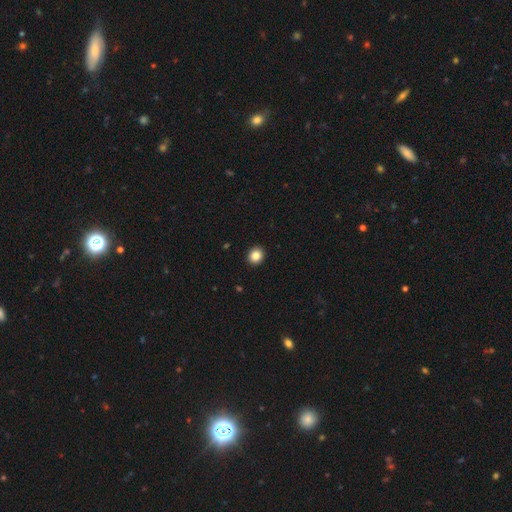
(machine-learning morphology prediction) smooth_or_featured: smooth (p=0.86) [alt: star or artifact p=0.10]
how_rounded: round (p=0.82) [alt: in between p=0.17]
merging: none (p=0.93) [alt: minor disturbance p=0.05]